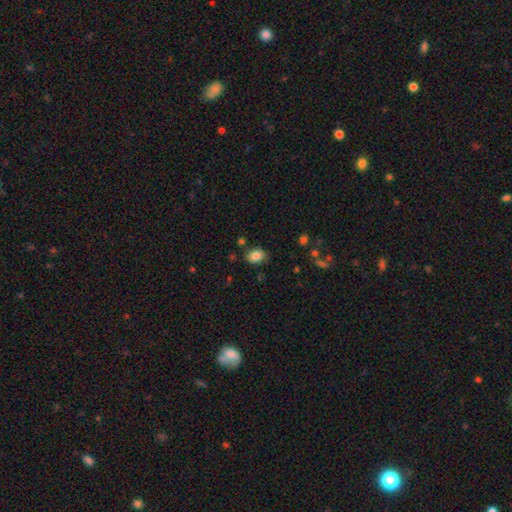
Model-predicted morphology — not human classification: This is clearly a smooth galaxy (84%). How rounded: likely in between (79%). Merging: clearly none (82%).